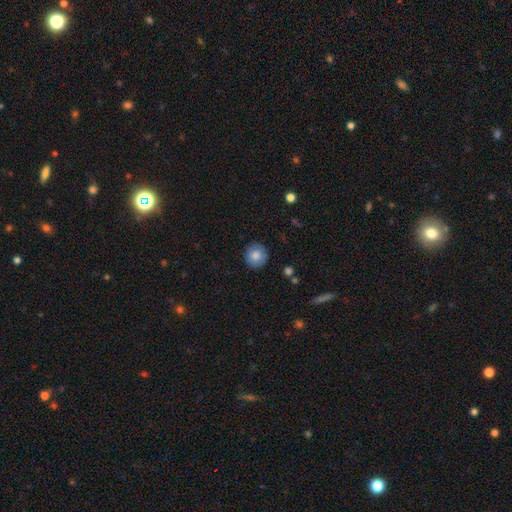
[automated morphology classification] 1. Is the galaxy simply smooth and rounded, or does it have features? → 83% smooth, 9% featured or disk, 8% star or artifact.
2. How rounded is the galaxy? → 94% round, 5% in between, 1% cigar-shaped.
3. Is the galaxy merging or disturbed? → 90% none, 7% minor disturbance, 2% major disturbance, 1% merger.